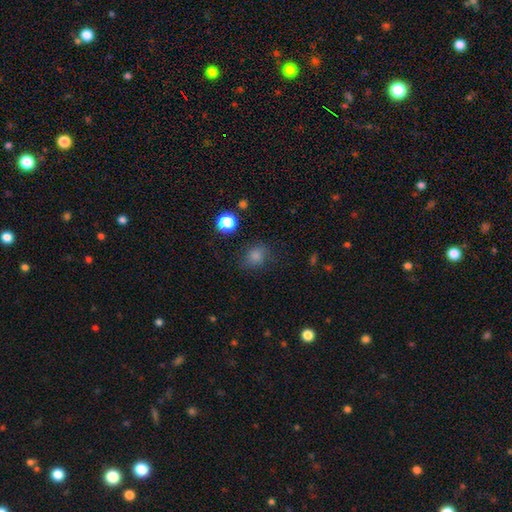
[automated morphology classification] Smooth or featured? Predicted: smooth (p=0.77). How rounded? Predicted: round (p=0.66). Merging? Predicted: none (p=0.77).